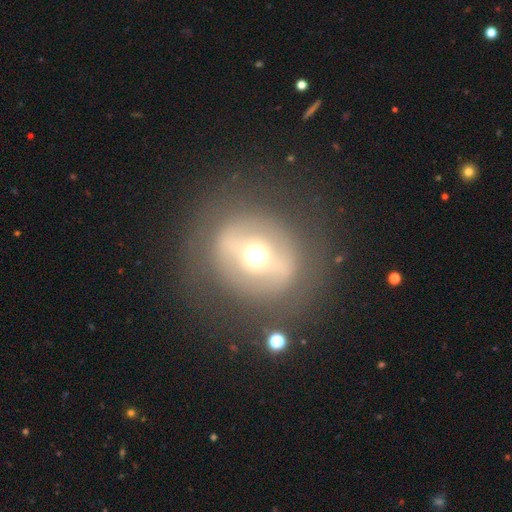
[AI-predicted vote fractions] Q: Smooth or featured?
A: featured or disk (57%); runner-up: smooth (33%)
Q: Edge-on disk?
A: no (88%); runner-up: yes (12%)
Q: Merging?
A: none (79%); runner-up: minor disturbance (11%)